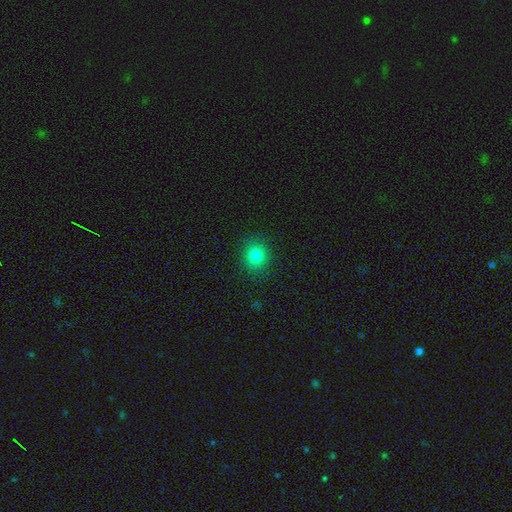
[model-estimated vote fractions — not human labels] Smooth or featured? smooth (84%)
How rounded? round (84%)
Merging? none (88%)